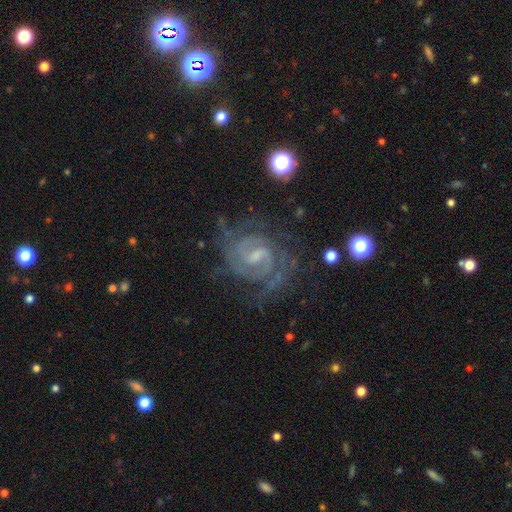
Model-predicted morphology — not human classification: This appears to be a featured or disk galaxy (87%) with a weak bar (58%), 2 (56%) tight (59%) spiral arms (97%) and a small central bulge (52%). Merging: none (72%).